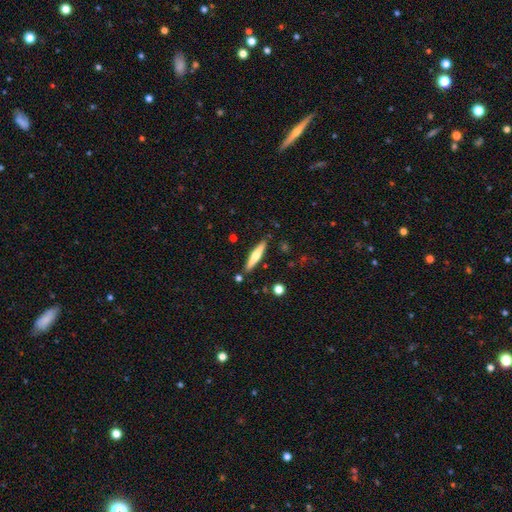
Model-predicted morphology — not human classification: This is possibly a smooth galaxy (49%). Merging: clearly none (86%).